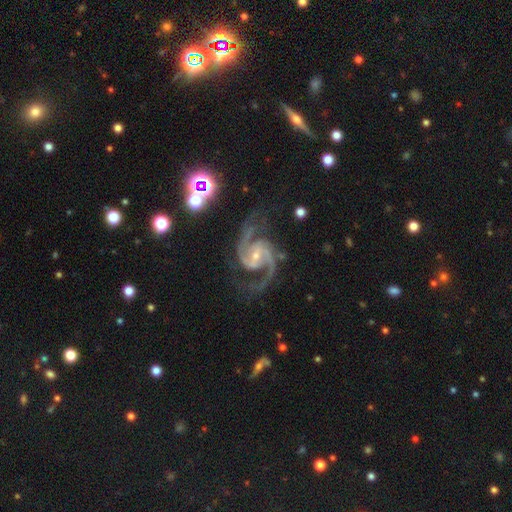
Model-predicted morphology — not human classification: This is clearly a featured or disk galaxy (93%). It is clearly not viewed edge-on (98%). Bar: marginally no (42%). Spiral arm pattern: clearly yes (99%). Spiral arm count: clearly 2 (85%). Spiral winding: likely medium (67%). Central bulge: likely small (72%). Merging: likely none (73%).